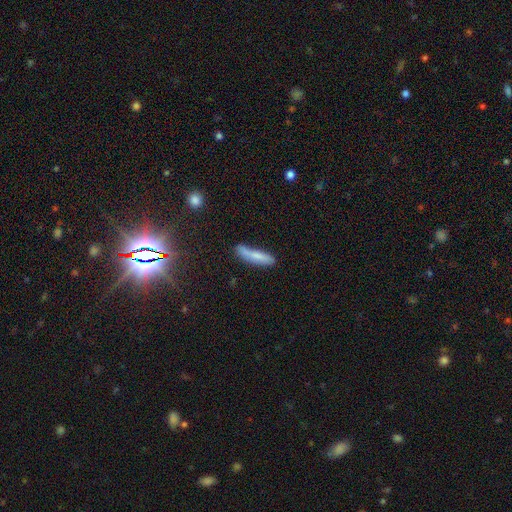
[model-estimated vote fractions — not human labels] Overall: smooth (73%). How rounded: cigar-shaped (81%). Merging: none (64%; minor disturbance 24%).